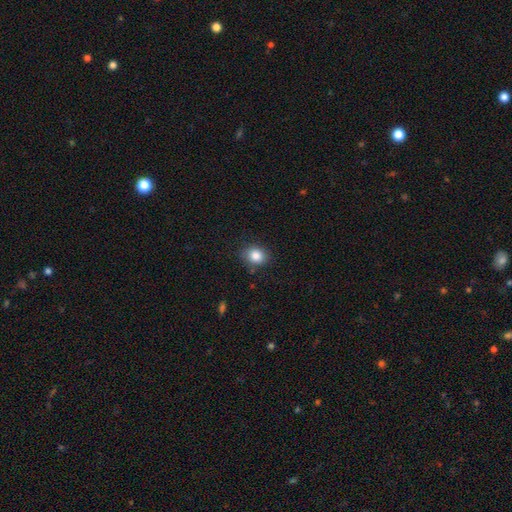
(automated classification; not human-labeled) A smooth galaxy with no disk features (84%) that is round (60%).

Vote fractions:
- Smooth or featured? smooth: 84% / star or artifact: 10% / featured or disk: 6%
- How rounded? round: 60% / in between: 39% / cigar-shaped: 1%
- Merging? none: 82% / minor disturbance: 13% / major disturbance: 3% / merger: 2%